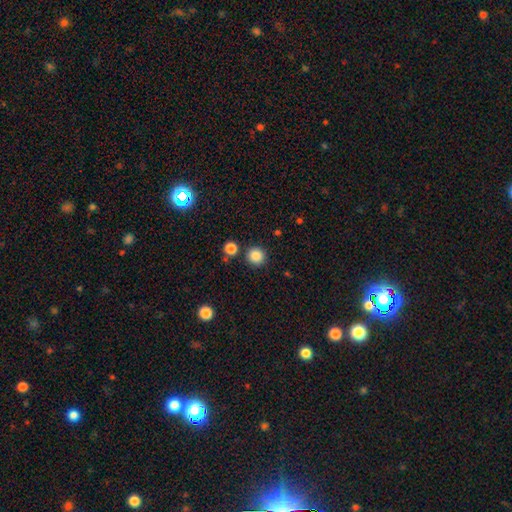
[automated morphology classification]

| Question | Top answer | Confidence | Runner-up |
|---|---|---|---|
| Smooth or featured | smooth | 86% | star or artifact (11%) |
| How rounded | round | 94% | in between (5%) |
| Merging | none | 87% | minor disturbance (6%) |